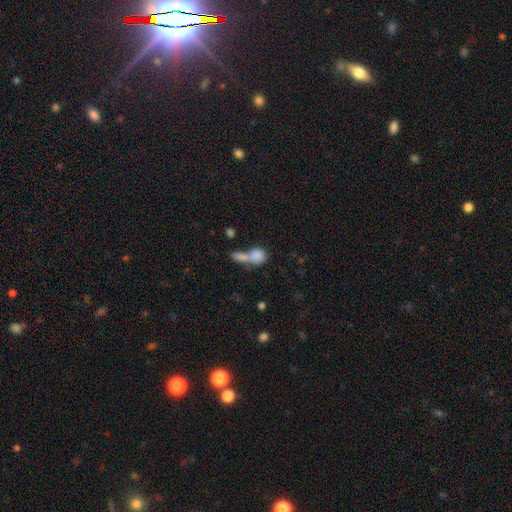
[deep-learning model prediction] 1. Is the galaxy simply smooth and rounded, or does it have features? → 80% smooth, 11% featured or disk, 8% star or artifact.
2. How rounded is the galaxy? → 54% round, 39% in between, 8% cigar-shaped.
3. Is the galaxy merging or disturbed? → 60% merger, 26% none, 8% minor disturbance, 7% major disturbance.